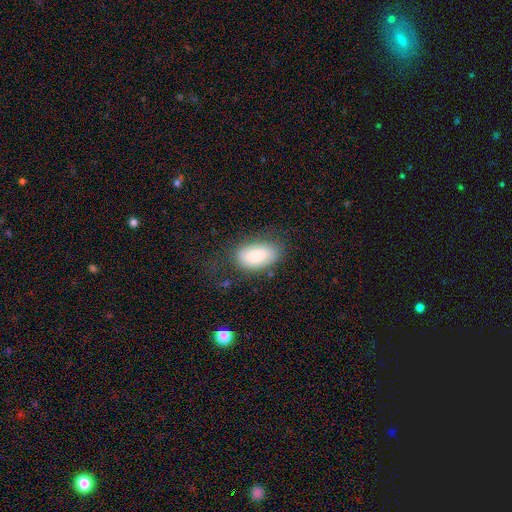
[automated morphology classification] smooth-or-featured: smooth: 79% | featured or disk: 14% | star or artifact: 7%
  how-rounded: in between: 92% | round: 6% | cigar-shaped: 2%
  merging: none: 66% | minor disturbance: 22% | major disturbance: 10% | merger: 2%